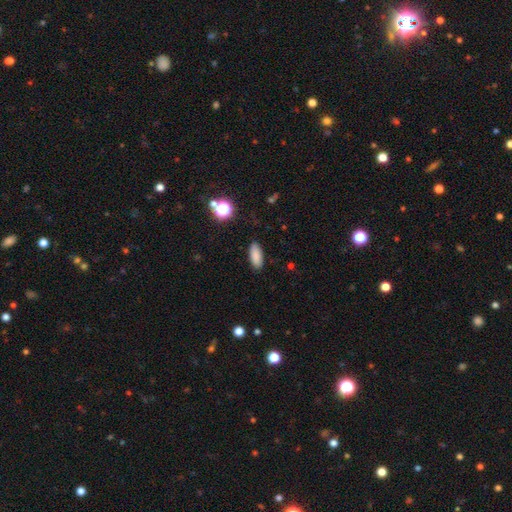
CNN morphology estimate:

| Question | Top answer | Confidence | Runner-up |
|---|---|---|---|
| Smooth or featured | smooth | 85% | star or artifact (10%) |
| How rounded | in between | 80% | cigar-shaped (17%) |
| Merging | none | 88% | minor disturbance (8%) |